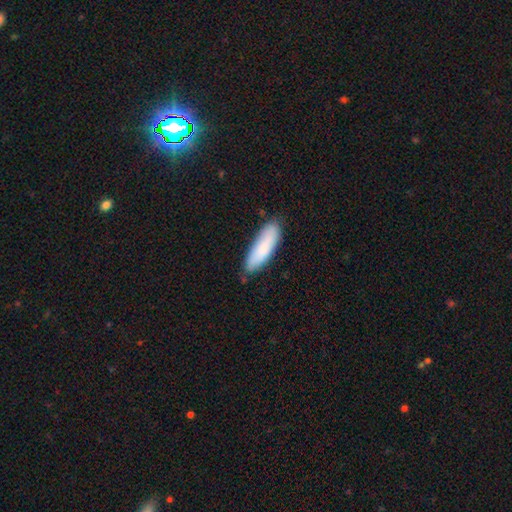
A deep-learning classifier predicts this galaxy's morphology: Smooth or featured: smooth — 83% (featured or disk — 12%)
How rounded: in between — 49% (tied with cigar-shaped — 49%)
Merging: none — 76% (minor disturbance — 18%)